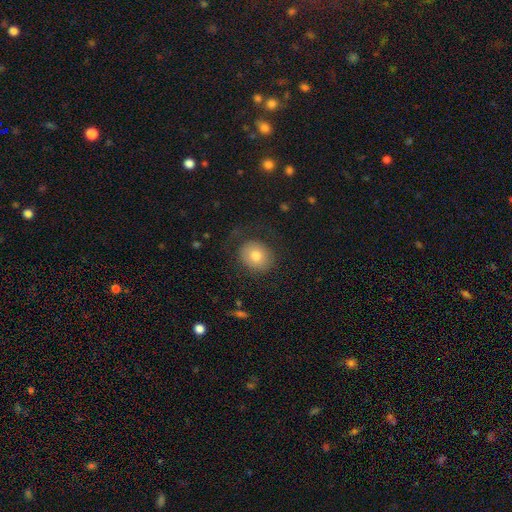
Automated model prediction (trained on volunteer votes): smooth 74%, featured or disk 17%, star or artifact 9%. Down the decision tree: how rounded — round (73%); merging — none (75%).